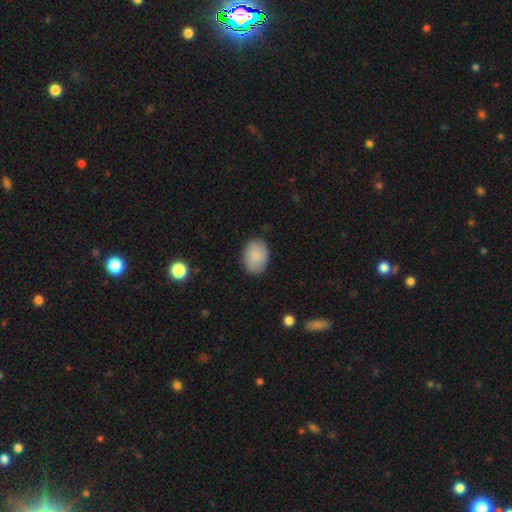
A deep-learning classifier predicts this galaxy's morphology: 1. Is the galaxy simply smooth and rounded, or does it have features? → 86% smooth, 7% featured or disk, 6% star or artifact.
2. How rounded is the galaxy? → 69% in between, 30% round, 1% cigar-shaped.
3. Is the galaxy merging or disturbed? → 84% none, 12% minor disturbance, 3% major disturbance, 1% merger.